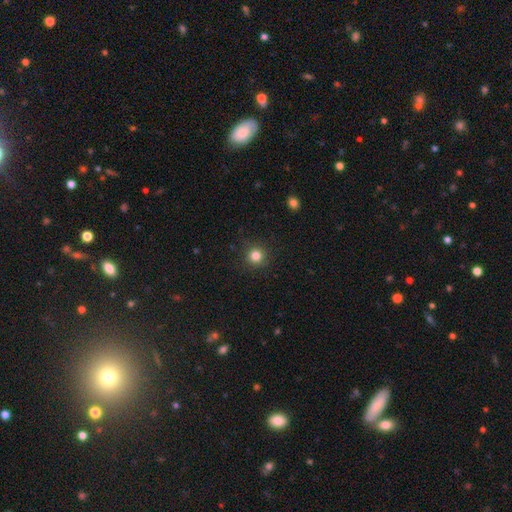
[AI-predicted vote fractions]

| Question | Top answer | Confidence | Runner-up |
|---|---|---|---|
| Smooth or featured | smooth | 83% | star or artifact (12%) |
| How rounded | round | 94% | in between (5%) |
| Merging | none | 91% | minor disturbance (6%) |